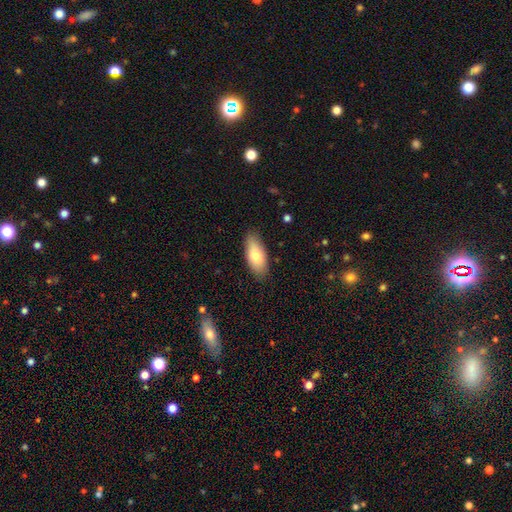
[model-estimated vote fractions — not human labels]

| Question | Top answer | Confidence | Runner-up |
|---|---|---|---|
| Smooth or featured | smooth | 79% | featured or disk (15%) |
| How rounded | in between | 84% | cigar-shaped (14%) |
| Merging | none | 84% | minor disturbance (13%) |